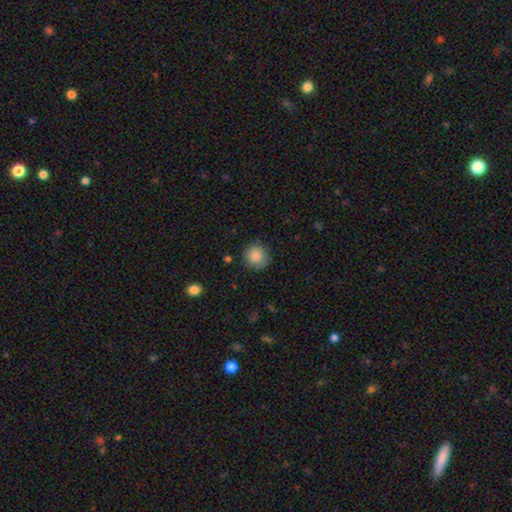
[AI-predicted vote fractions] This appears to be a smooth galaxy with no disk features (86%) that is round (92%). Merging: none (86%).